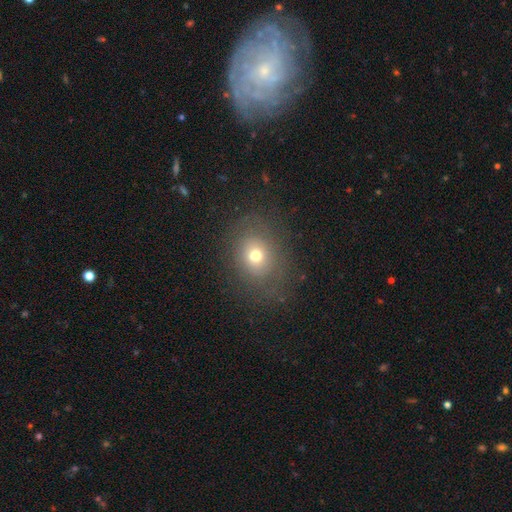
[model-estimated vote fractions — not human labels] Smooth or featured?
  - smooth: 65% *
  - featured or disk: 19%
  - star or artifact: 16%
How rounded?
  - round: 57% *
  - in between: 42%
  - cigar-shaped: 1%
Merging?
  - none: 77% *
  - minor disturbance: 14%
  - major disturbance: 8%
  - merger: 1%